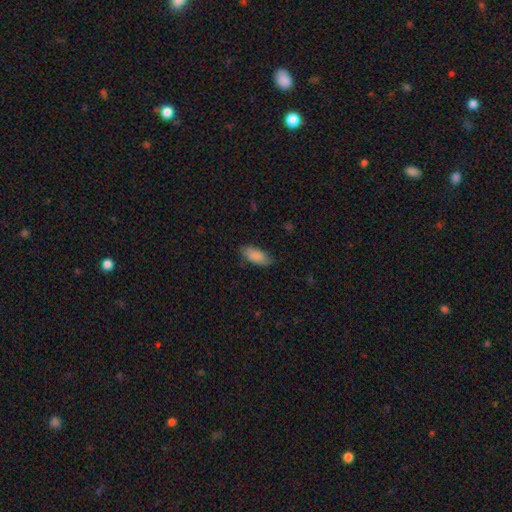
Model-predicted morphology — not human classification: Overall: smooth (87%). How rounded: in between (87%). Merging: none (75%).